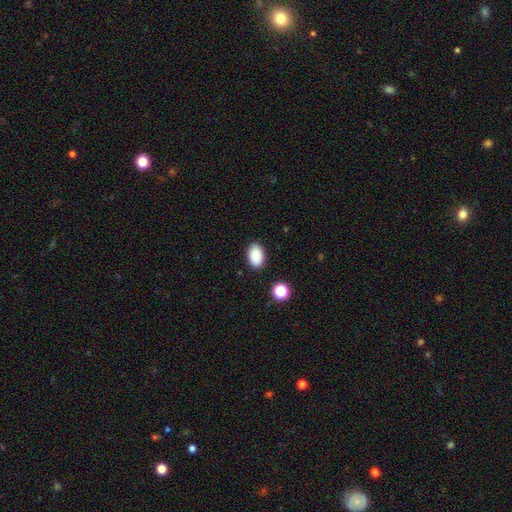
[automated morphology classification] Overall: smooth (88%). How rounded: in between (88%). Merging: none (88%).